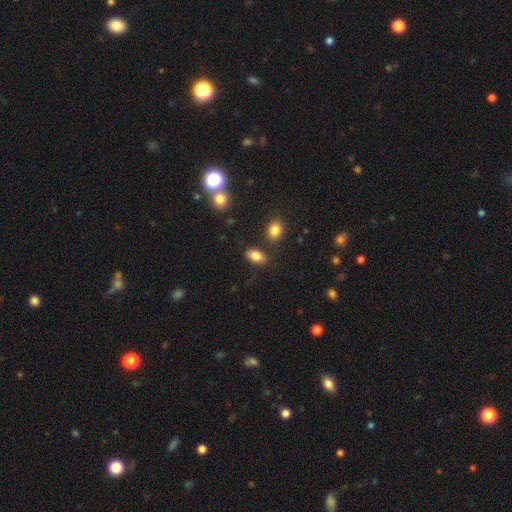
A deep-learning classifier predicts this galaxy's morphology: Q: Smooth or featured?
A: smooth (84%); runner-up: star or artifact (9%)
Q: How rounded?
A: in between (87%); runner-up: round (11%)
Q: Merging?
A: none (81%); runner-up: minor disturbance (11%)